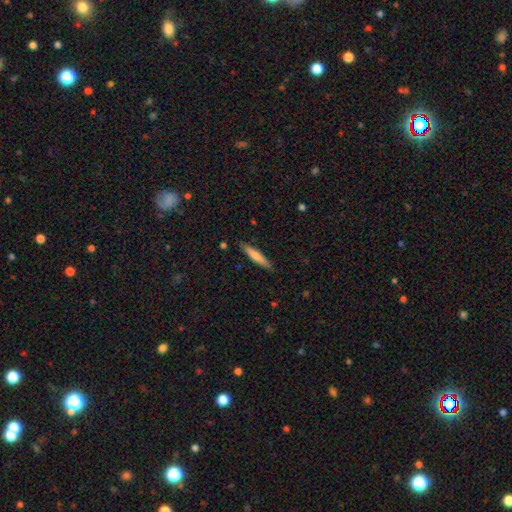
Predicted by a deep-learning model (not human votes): A smooth galaxy with no disk features (68%) that is cigar-shaped (91%).

Vote fractions:
- Smooth or featured? smooth: 68% / featured or disk: 27% / star or artifact: 5%
- How rounded? cigar-shaped: 91% / in between: 8% / round: 1%
- Merging? none: 89% / minor disturbance: 8% / major disturbance: 2% / merger: 1%